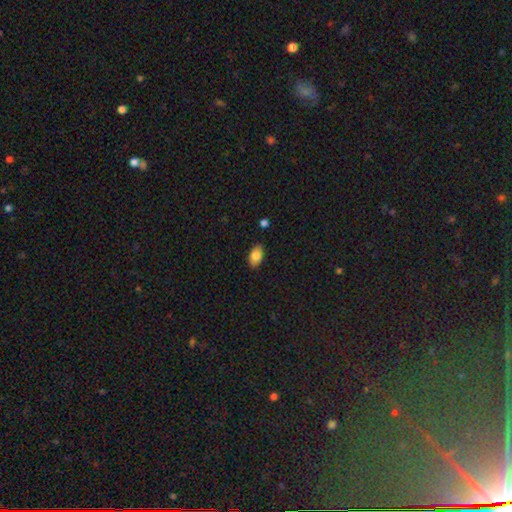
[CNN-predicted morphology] smooth-or-featured: smooth: 83% | featured or disk: 9% | star or artifact: 8%
  how-rounded: in between: 92% | round: 6% | cigar-shaped: 2%
  merging: none: 86% | minor disturbance: 10% | major disturbance: 2% | merger: 2%